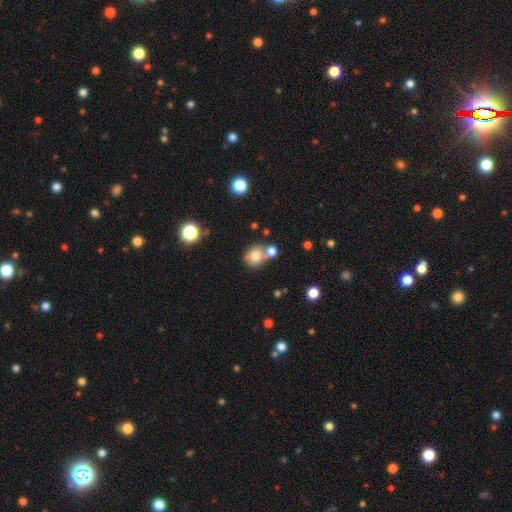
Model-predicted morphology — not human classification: Overall: smooth (76%). How rounded: round (74%). Merging: none (50%; merger 35%).